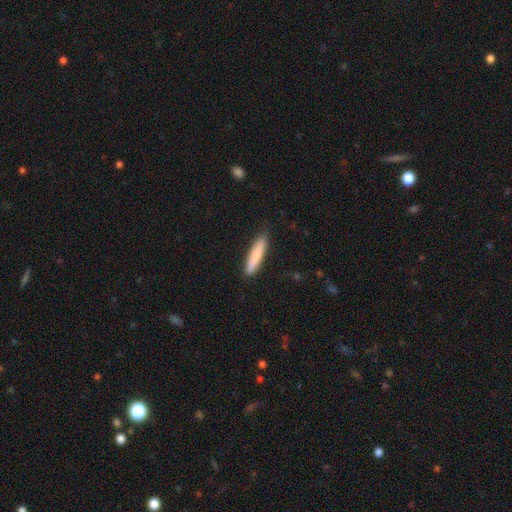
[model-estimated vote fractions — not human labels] A smooth galaxy with no disk features (81%) that is cigar-shaped (87%).

Vote fractions:
- Smooth or featured? smooth: 81% / featured or disk: 13% / star or artifact: 6%
- How rounded? cigar-shaped: 87% / in between: 12% / round: 1%
- Merging? none: 86% / minor disturbance: 11% / major disturbance: 2% / merger: 1%